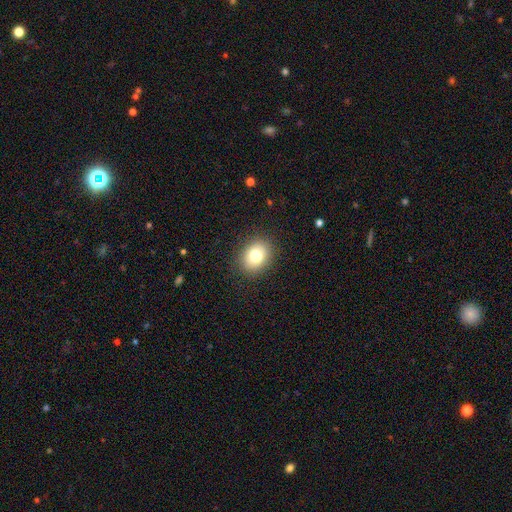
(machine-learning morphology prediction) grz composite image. It shows a smooth galaxy with no disk features (79%) that is in between round and cigar-shaped (57%). Merging: none (88%).